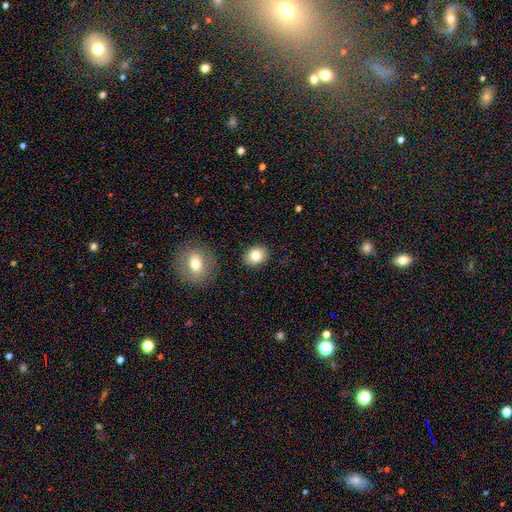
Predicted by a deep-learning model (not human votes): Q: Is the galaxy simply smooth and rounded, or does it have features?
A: smooth — 81%.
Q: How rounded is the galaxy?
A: in between — 50%.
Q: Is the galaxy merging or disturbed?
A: none — 87%.